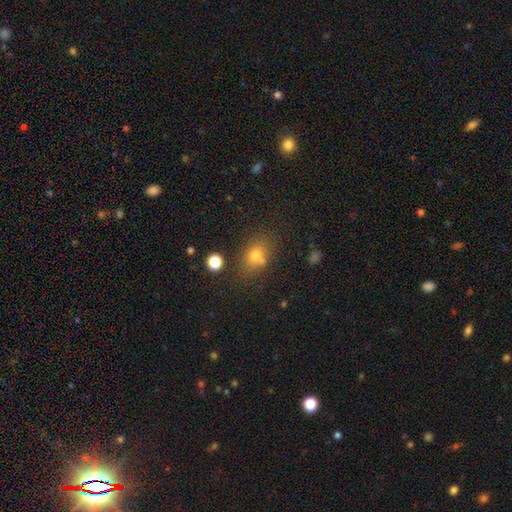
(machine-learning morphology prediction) Q: Smooth or featured?
A: smooth (72%); runner-up: star or artifact (17%)
Q: How rounded?
A: in between (59%); runner-up: round (39%)
Q: Merging?
A: none (66%); runner-up: minor disturbance (15%)